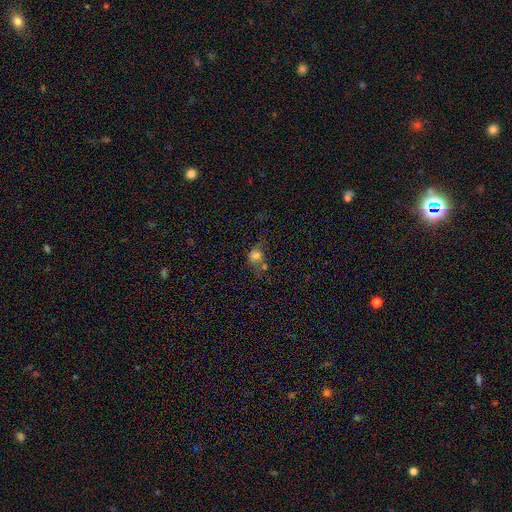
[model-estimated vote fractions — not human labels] This appears to be a smooth galaxy with no disk features (66%) that is round (64%). Merging: none (35%).